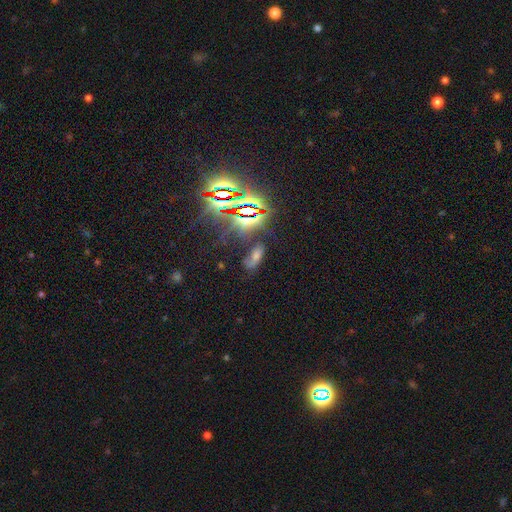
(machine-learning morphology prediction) Smooth or featured? Predicted: star or artifact (p=0.52).